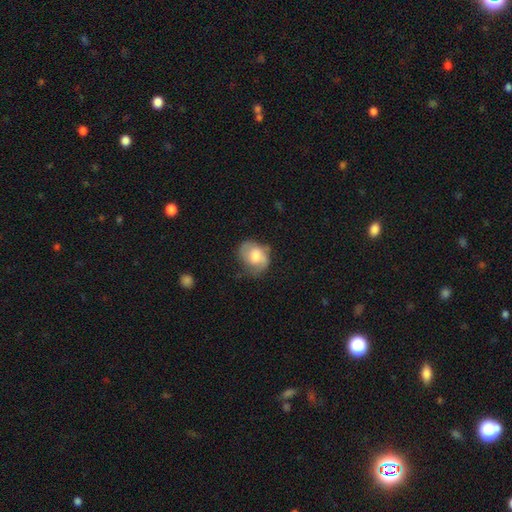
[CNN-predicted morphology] Overall: smooth (49%; featured or disk 44%). Merging: none (54%; minor disturbance 30%).